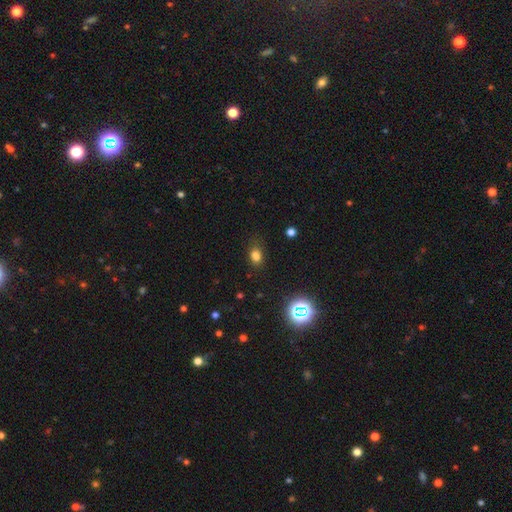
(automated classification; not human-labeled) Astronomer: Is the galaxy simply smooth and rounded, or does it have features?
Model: smooth — 76%.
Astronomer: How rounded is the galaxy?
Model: in between — 71%.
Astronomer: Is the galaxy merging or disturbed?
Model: none — 74%.